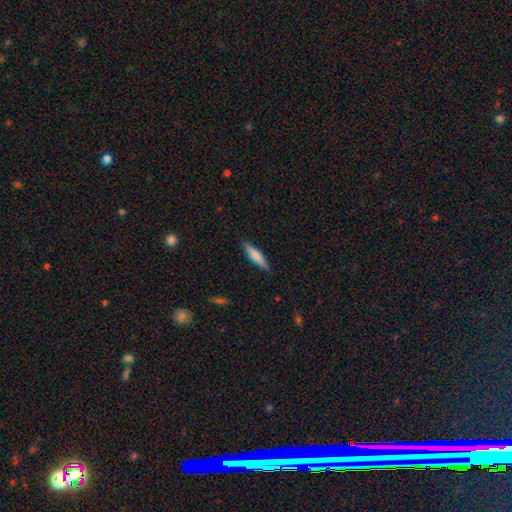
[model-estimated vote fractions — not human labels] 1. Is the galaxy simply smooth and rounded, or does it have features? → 71% smooth, 23% featured or disk, 6% star or artifact.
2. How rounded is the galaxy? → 84% cigar-shaped, 14% in between, 1% round.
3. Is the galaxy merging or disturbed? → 89% none, 8% minor disturbance, 2% major disturbance, 1% merger.